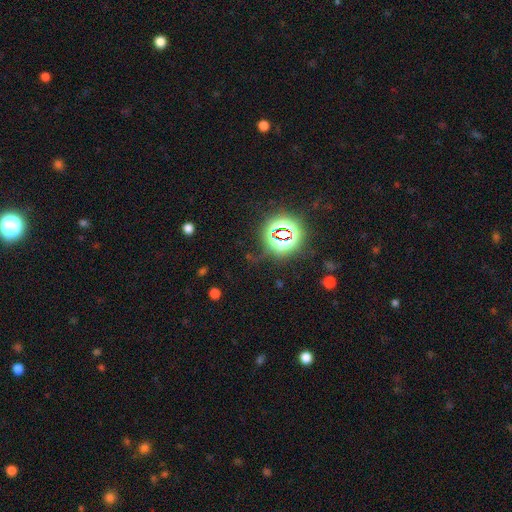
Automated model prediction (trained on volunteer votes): smooth_or_featured: star or artifact (p=0.79) [alt: smooth p=0.13]